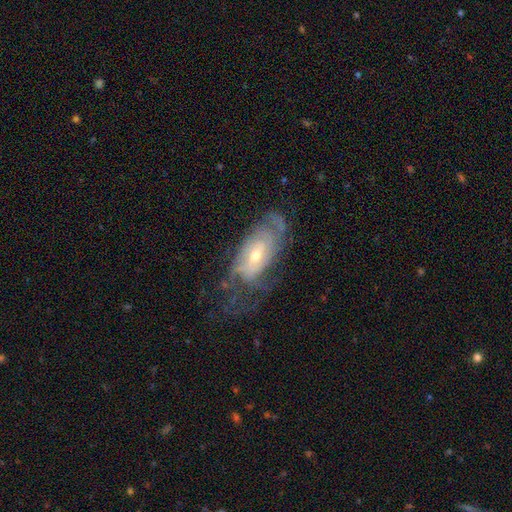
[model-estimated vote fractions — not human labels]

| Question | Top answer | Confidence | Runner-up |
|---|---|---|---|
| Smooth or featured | featured or disk | 76% | smooth (18%) |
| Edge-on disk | no | 91% | yes (9%) |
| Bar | no | 60% | weak (32%) |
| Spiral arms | yes | 85% | no (15%) |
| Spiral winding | tight | 52% | medium (33%) |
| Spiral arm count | can't tell | 52% | 2 (22%) |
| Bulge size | small | 49% | moderate (47%) |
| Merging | none | 50% | major disturbance (25%) |